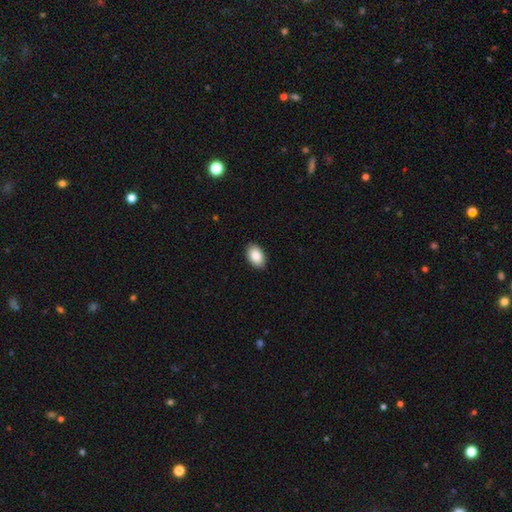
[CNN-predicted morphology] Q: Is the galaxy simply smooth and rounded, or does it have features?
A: smooth — 87%.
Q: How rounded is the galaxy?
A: in between — 90%.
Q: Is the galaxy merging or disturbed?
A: none — 89%.